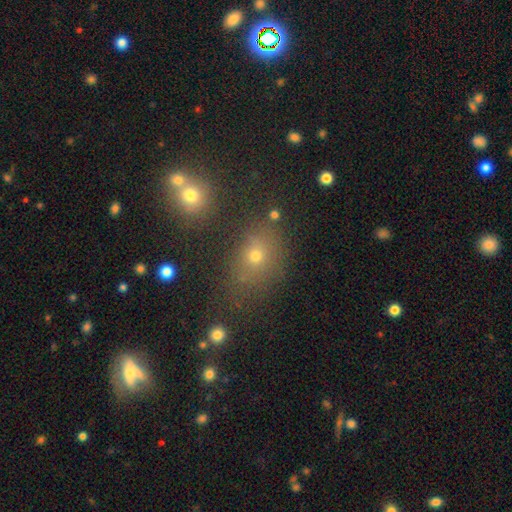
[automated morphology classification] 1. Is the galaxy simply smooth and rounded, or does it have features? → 55% smooth, 32% star or artifact, 12% featured or disk.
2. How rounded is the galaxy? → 53% in between, 44% round, 2% cigar-shaped.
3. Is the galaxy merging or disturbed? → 73% none, 13% minor disturbance, 9% merger, 5% major disturbance.